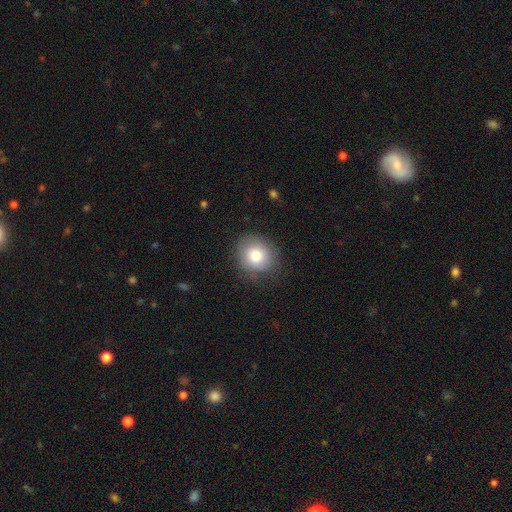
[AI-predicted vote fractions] Smooth or featured? smooth (81%)
How rounded? round (76%)
Merging? none (79%)